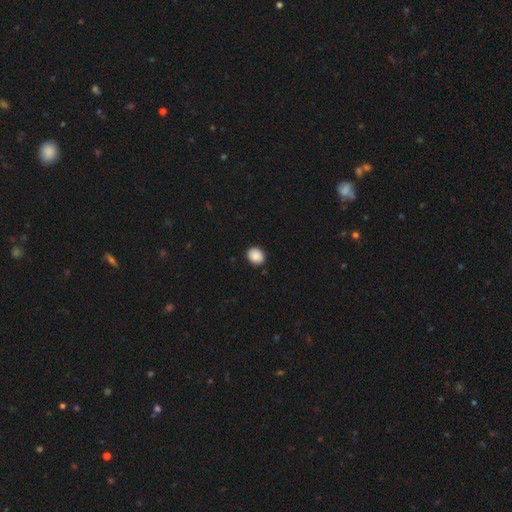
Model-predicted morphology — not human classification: Smooth or featured? smooth (89%)
How rounded? round (68%)
Merging? none (91%)